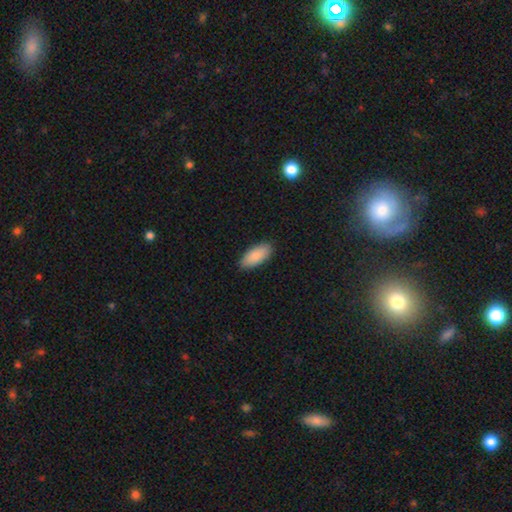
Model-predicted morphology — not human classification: The model was most divided on "merging": none: 87%, minor disturbance: 10%, major disturbance: 2%, merger: 1%. More confident: how rounded — in between (88%); smooth or featured — smooth (87%).